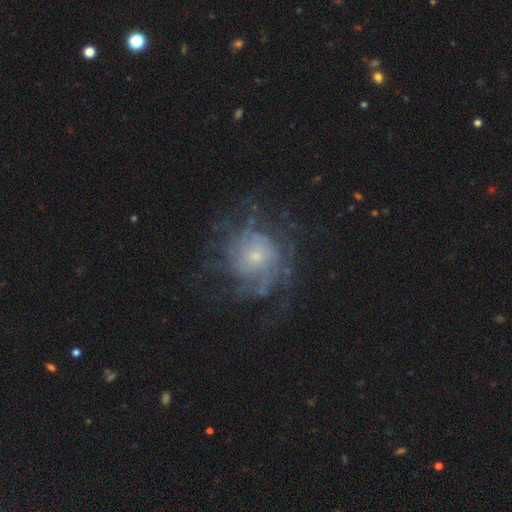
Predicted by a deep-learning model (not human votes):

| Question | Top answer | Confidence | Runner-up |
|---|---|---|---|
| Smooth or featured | featured or disk | 76% | smooth (14%) |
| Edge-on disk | no | 97% | yes (3%) |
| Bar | no | 79% | weak (18%) |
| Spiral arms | yes | 85% | no (15%) |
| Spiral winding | tight | 51% | medium (32%) |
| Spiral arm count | can't tell | 46% | 4 (14%) |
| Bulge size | small | 70% | moderate (23%) |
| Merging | none | 67% | major disturbance (16%) |